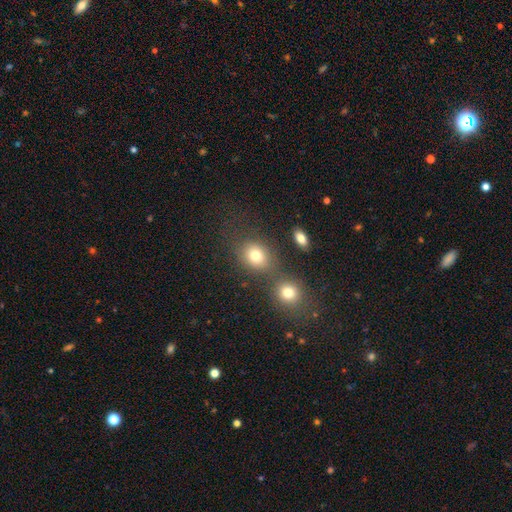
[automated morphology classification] Smooth or featured? smooth (77%)
How rounded? round (58%)
Merging? none (59%)